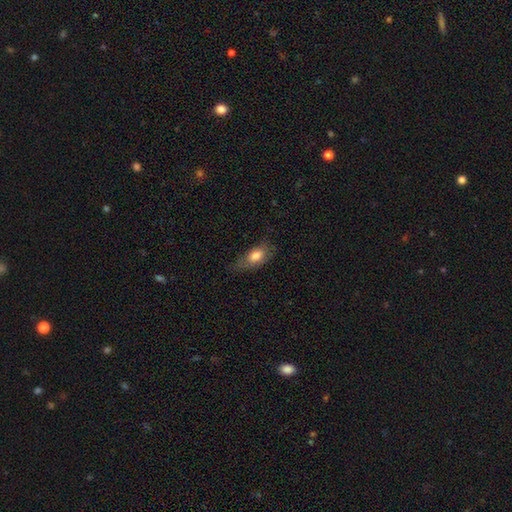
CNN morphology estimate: Smooth or featured? Predicted: smooth (p=0.76). How rounded? Predicted: in between (p=0.86). Merging? Predicted: none (p=0.58).